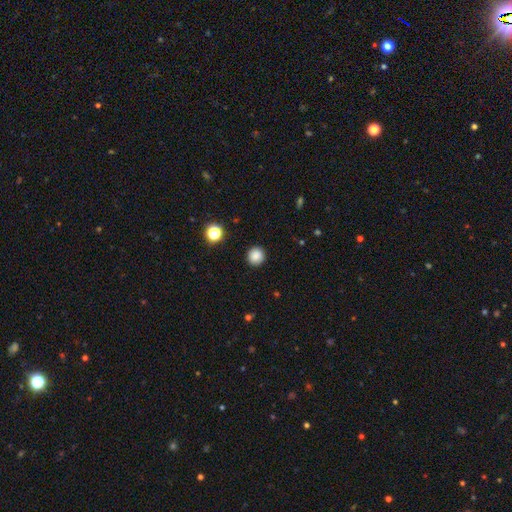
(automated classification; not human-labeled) A smooth galaxy with no disk features (86%) that is round (94%). Merging: none (92%).